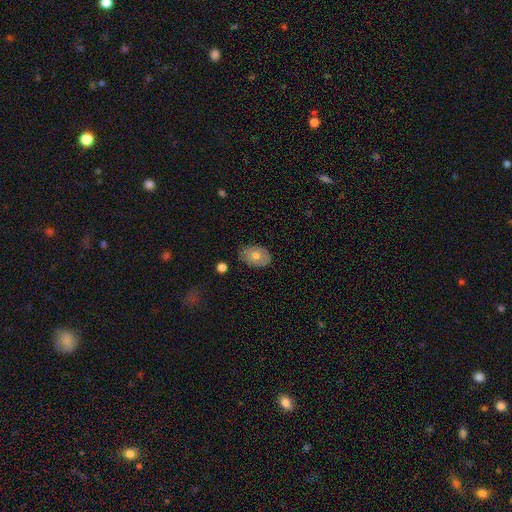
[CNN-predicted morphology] This is likely a smooth galaxy (63%). How rounded: clearly in between (81%). Merging: clearly none (81%).